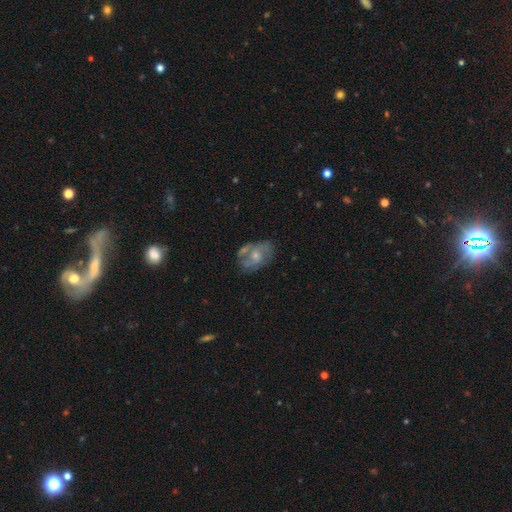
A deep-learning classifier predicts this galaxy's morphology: Q: Smooth or featured?
A: featured or disk (56%); runner-up: smooth (36%)
Q: Edge-on disk?
A: no (96%); runner-up: yes (4%)
Q: Bar?
A: no (77%); runner-up: weak (19%)
Q: Spiral arms?
A: no (55%); runner-up: yes (45%)
Q: Bulge size?
A: small (48%); runner-up: moderate (42%)
Q: Merging?
A: none (47%); runner-up: minor disturbance (24%)